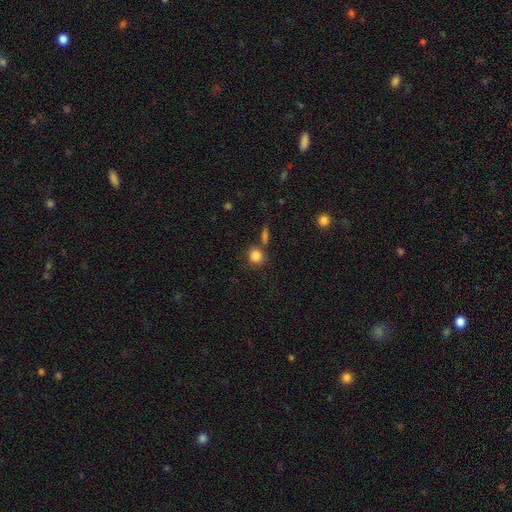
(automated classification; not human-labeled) Smooth or featured?
  - smooth: 84% *
  - star or artifact: 10%
  - featured or disk: 6%
How rounded?
  - round: 82% *
  - in between: 17%
  - cigar-shaped: 1%
Merging?
  - none: 71% *
  - merger: 15%
  - minor disturbance: 11%
  - major disturbance: 4%